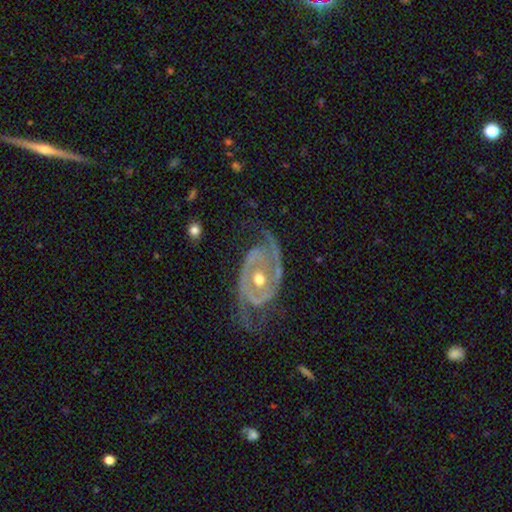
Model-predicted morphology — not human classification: The model was most divided on "spiral winding": medium: 42%, tight: 38%, loose: 20%. More confident: edge-on disk — no (97%); spiral arms — yes (95%); smooth or featured — featured or disk (90%); spiral arm count — 2 (82%); bulge size — moderate (72%); bar — no (72%); merging — none (63%).